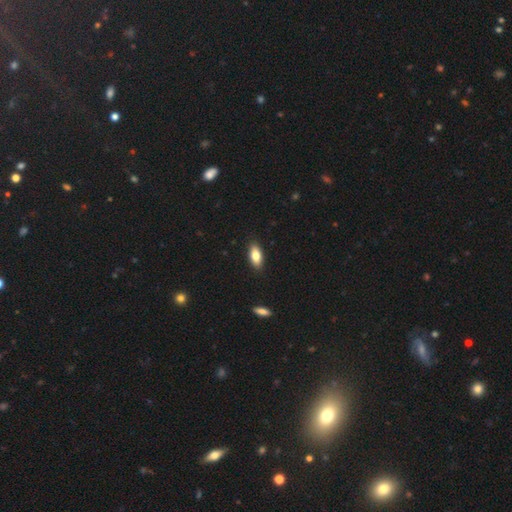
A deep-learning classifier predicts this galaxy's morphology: This appears to be a smooth galaxy with no disk features (81%) that is in between round and cigar-shaped (86%). Merging: none (89%).